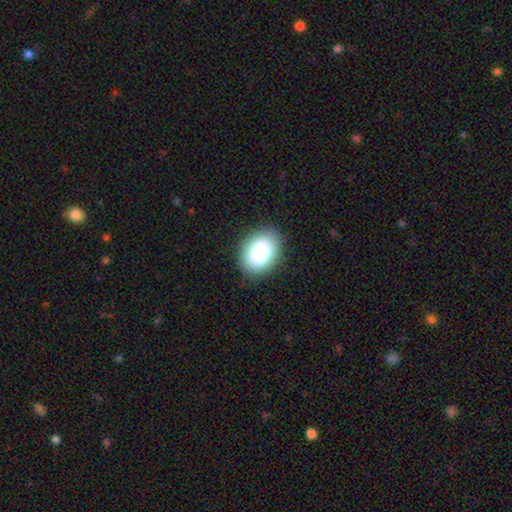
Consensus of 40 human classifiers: smooth-or-featured: smooth: 95% | star or artifact: 5% | featured or disk: 0%
  how-rounded: in between: 71% | round: 29% | cigar-shaped: 0%
  merging: none: 97% | major disturbance: 3% | minor disturbance: 0% | merger: 0%